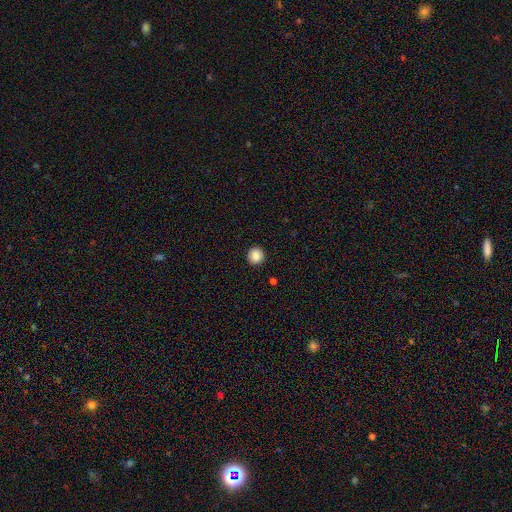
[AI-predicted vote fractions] Smooth or featured?
  - smooth: 87% *
  - star or artifact: 9%
  - featured or disk: 4%
How rounded?
  - round: 95% *
  - in between: 4%
  - cigar-shaped: 1%
Merging?
  - none: 93% *
  - minor disturbance: 5%
  - major disturbance: 2%
  - merger: 1%